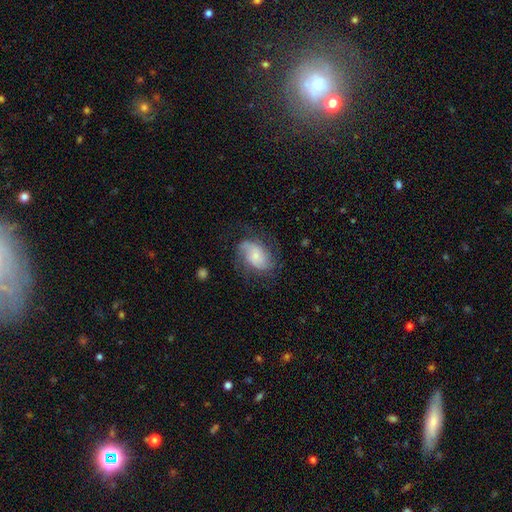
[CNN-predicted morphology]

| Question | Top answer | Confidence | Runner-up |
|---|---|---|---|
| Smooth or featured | featured or disk | 64% | smooth (28%) |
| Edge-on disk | no | 97% | yes (3%) |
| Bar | no | 67% | weak (27%) |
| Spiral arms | yes | 90% | no (10%) |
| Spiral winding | medium | 43% | tight (30%) |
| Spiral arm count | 2 | 51% | can't tell (23%) |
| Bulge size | small | 58% | moderate (27%) |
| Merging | none | 62% | minor disturbance (21%) |